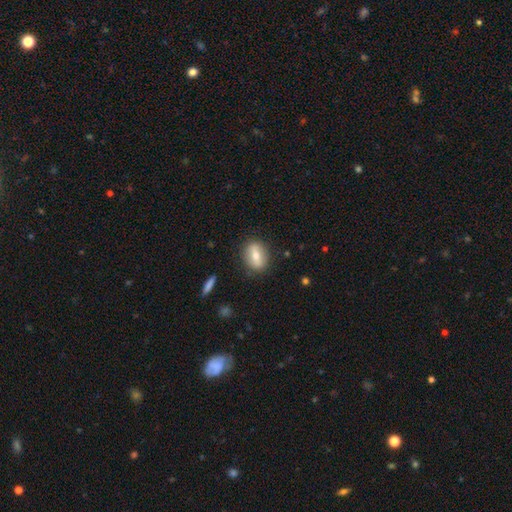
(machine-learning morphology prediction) The model was most divided on "smooth or featured": smooth: 62%, featured or disk: 30%, star or artifact: 7%. More confident: merging — none (84%); how rounded — in between (68%).